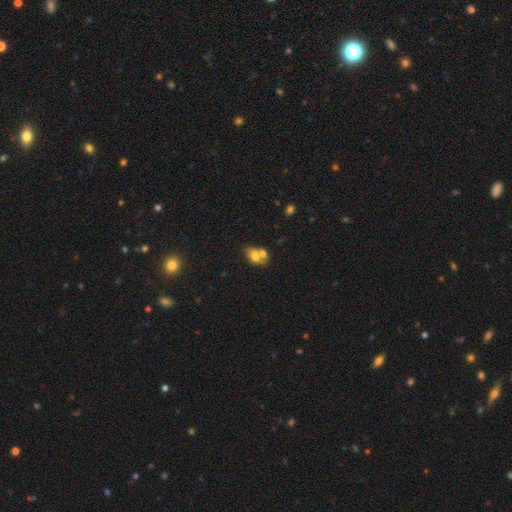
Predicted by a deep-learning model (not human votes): This appears to be a smooth galaxy with no disk features (68%) that is in between round and cigar-shaped (78%). Merging: merger (54%).